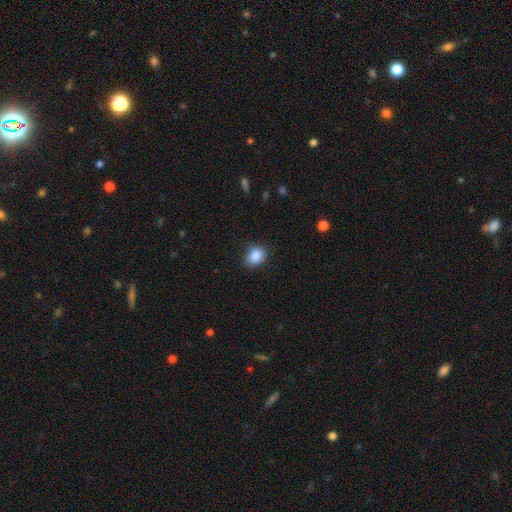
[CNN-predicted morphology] Q: Smooth or featured?
A: smooth (86%); runner-up: star or artifact (10%)
Q: How rounded?
A: in between (50%); runner-up: round (49%)
Q: Merging?
A: none (75%); runner-up: minor disturbance (19%)